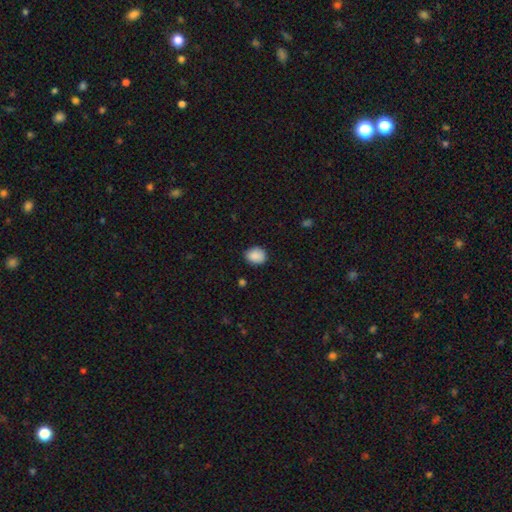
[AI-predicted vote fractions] smooth 89%, star or artifact 8%, featured or disk 3%. Down the decision tree: how rounded — round (51%); merging — none (84%).